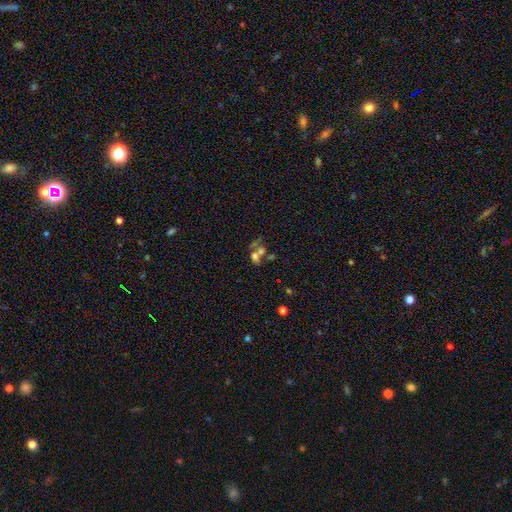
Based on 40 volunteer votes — A smooth galaxy with no disk features (62%) that is in between round and cigar-shaped (72%). Merging: merger (51%).